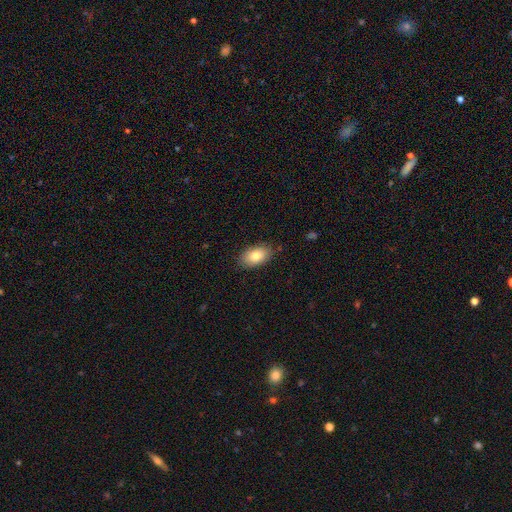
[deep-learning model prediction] The model was most divided on "smooth or featured": smooth: 81%, featured or disk: 12%, star or artifact: 7%. More confident: how rounded — in between (92%); merging — none (86%).